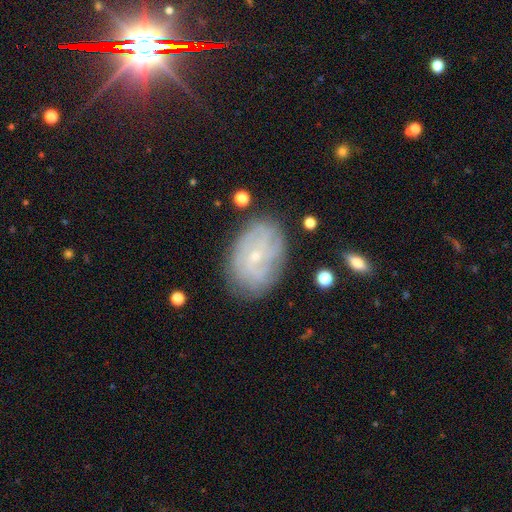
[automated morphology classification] This is likely a featured or disk galaxy (68%). It is clearly not viewed edge-on (96%). Bar: likely no (71%). Spiral arm pattern: clearly yes (84%). Spiral arm count: possibly can't tell (52%). Spiral winding: likely tight (62%). Central bulge: likely small (78%). Merging: likely none (76%).